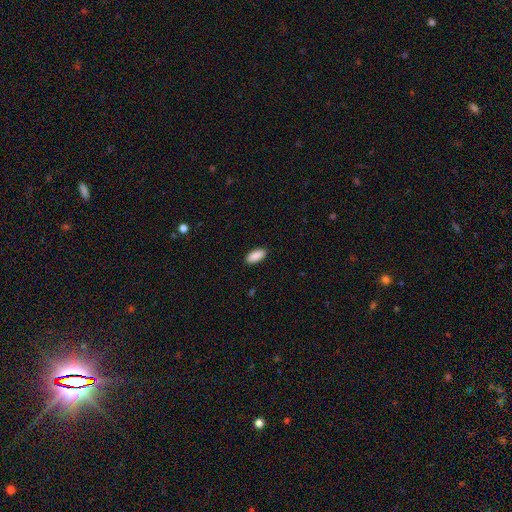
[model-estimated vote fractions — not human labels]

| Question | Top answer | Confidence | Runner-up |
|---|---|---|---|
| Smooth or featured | smooth | 91% | star or artifact (6%) |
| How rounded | in between | 86% | cigar-shaped (12%) |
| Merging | none | 90% | minor disturbance (7%) |